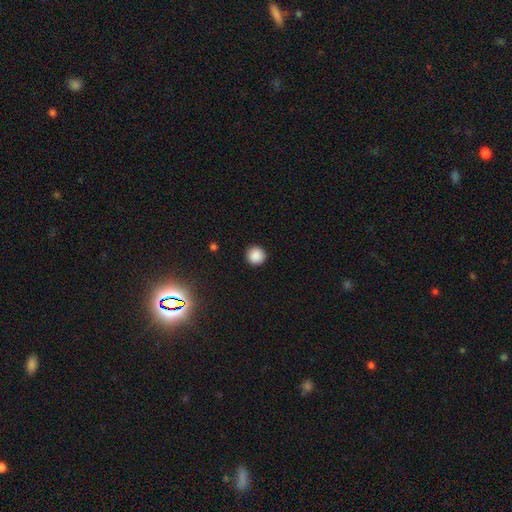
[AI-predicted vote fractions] The model was most divided on "smooth or featured": smooth: 87%, star or artifact: 11%, featured or disk: 3%. More confident: how rounded — round (95%); merging — none (92%).